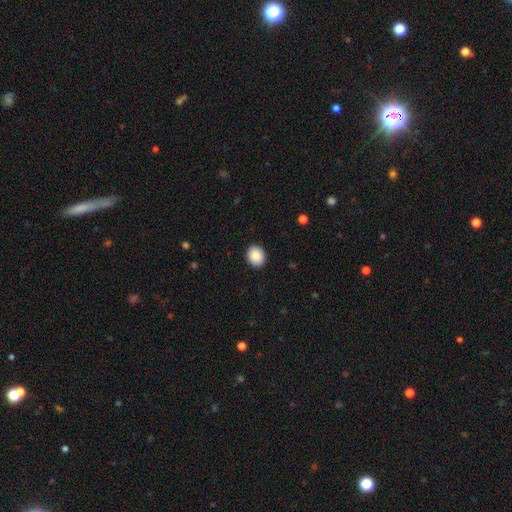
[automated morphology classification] Smooth or featured: smooth — 89% (star or artifact — 7%)
How rounded: round — 52% (in between — 47%)
Merging: none — 91% (minor disturbance — 6%)